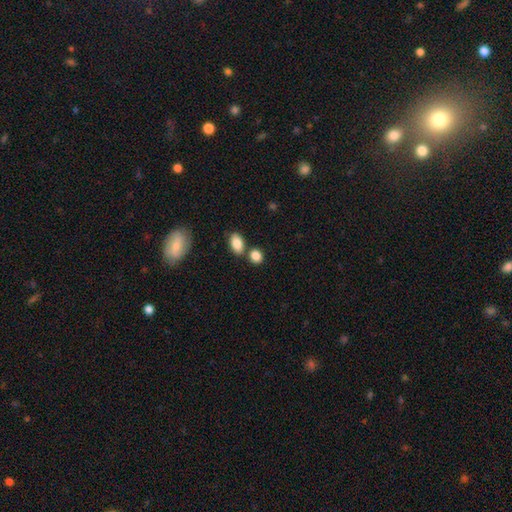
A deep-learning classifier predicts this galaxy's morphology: smooth_or_featured: smooth (p=0.86) [alt: star or artifact p=0.09]
how_rounded: round (p=0.49) [tied with: in between p=0.49]
merging: none (p=0.64) [alt: merger p=0.22]